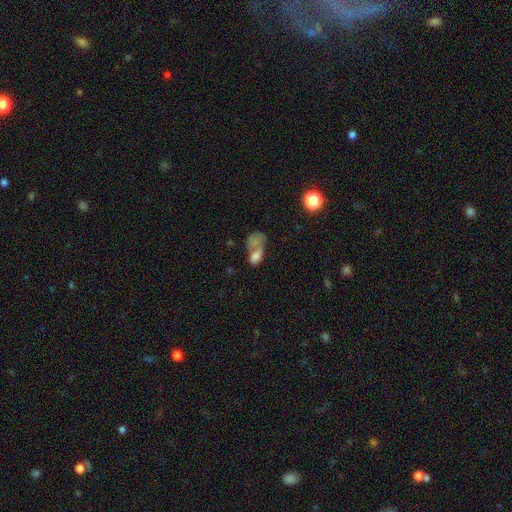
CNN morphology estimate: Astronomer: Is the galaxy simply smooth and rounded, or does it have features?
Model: smooth — 64%.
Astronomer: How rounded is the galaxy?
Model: in between — 84%.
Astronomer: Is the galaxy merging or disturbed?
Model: merger — 63%.